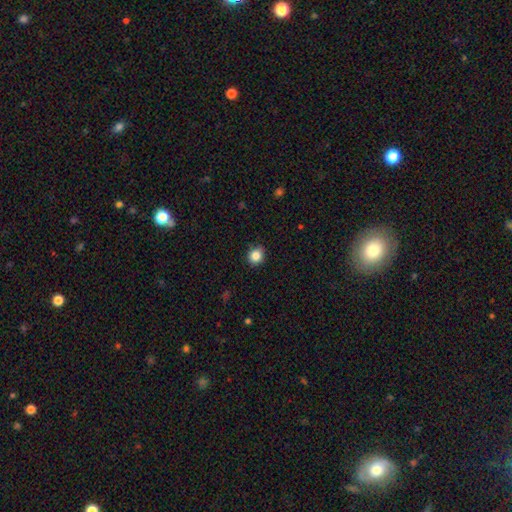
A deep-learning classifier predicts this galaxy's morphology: Overall: smooth (85%). How rounded: round (82%). Merging: none (87%).